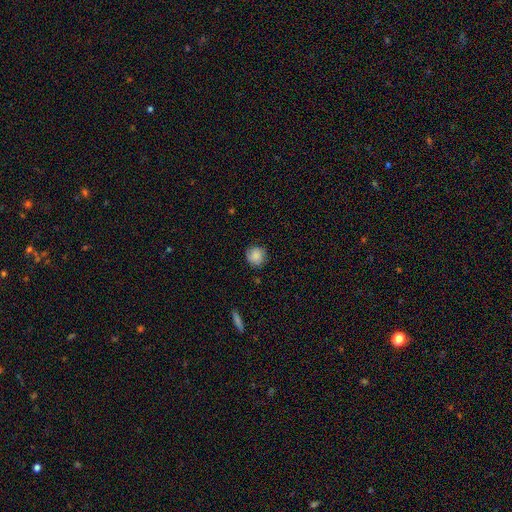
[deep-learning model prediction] Q: Smooth or featured?
A: smooth (80%); runner-up: featured or disk (12%)
Q: How rounded?
A: round (90%); runner-up: in between (9%)
Q: Merging?
A: none (81%); runner-up: minor disturbance (15%)